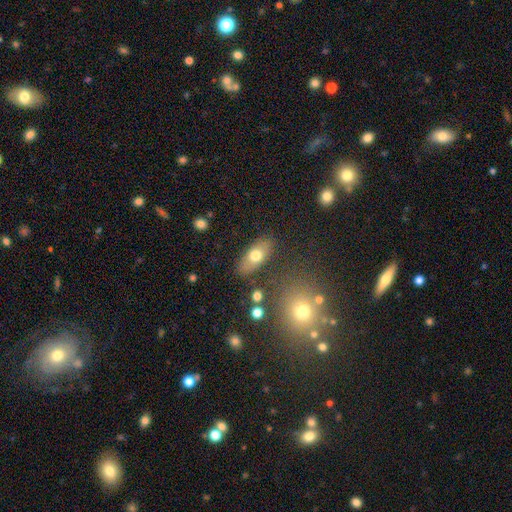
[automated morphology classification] smooth_or_featured: smooth (p=0.70) [alt: featured or disk p=0.22]
how_rounded: in between (p=0.83) [alt: cigar-shaped p=0.12]
merging: none (p=0.82) [alt: minor disturbance p=0.11]